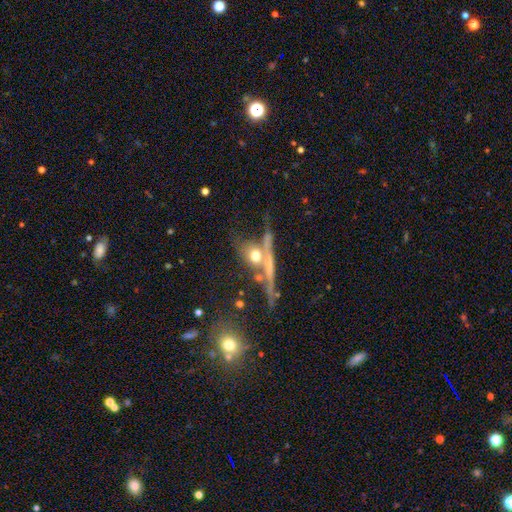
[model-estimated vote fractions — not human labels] smooth_or_featured: smooth (p=0.48) [alt: featured or disk p=0.39]
merging: none (p=0.44) [alt: merger p=0.27]